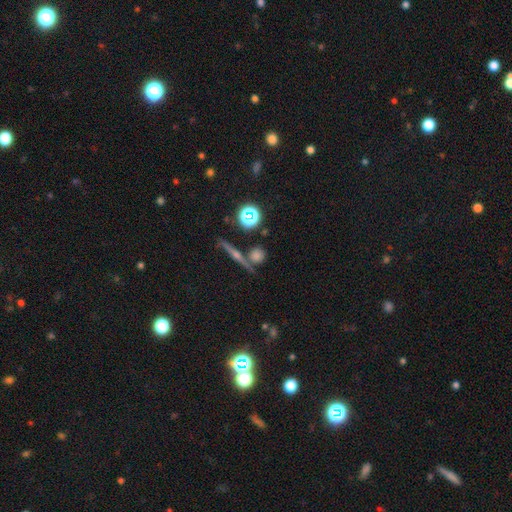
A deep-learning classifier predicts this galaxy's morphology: Q: Smooth or featured?
A: featured or disk (39%); tied with: smooth (39%)
Q: Merging?
A: none (77%); runner-up: merger (10%)